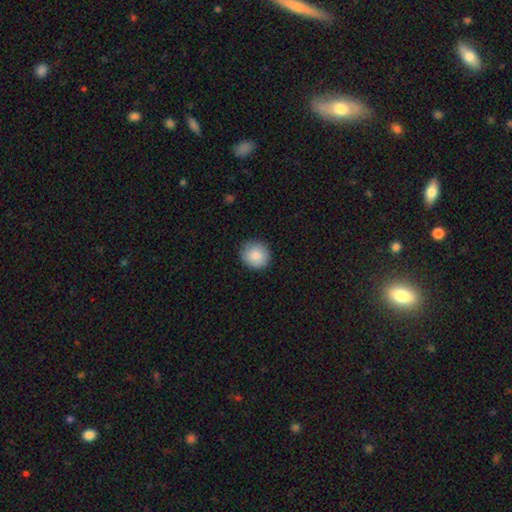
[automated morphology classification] Smooth or featured? smooth (86%)
How rounded? round (92%)
Merging? none (87%)